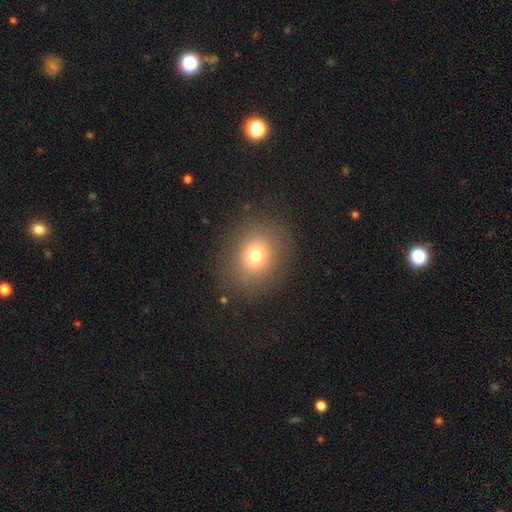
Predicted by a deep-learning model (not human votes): smooth-or-featured: smooth: 73% | star or artifact: 15% | featured or disk: 12%
  how-rounded: round: 64% | in between: 35% | cigar-shaped: 1%
  merging: none: 84% | minor disturbance: 9% | major disturbance: 5% | merger: 1%